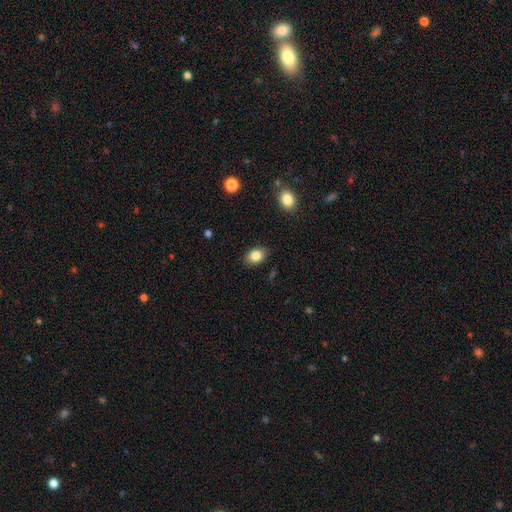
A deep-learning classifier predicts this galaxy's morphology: This appears to be a smooth galaxy with no disk features (83%) that is in between round and cigar-shaped (78%). Merging: none (85%).